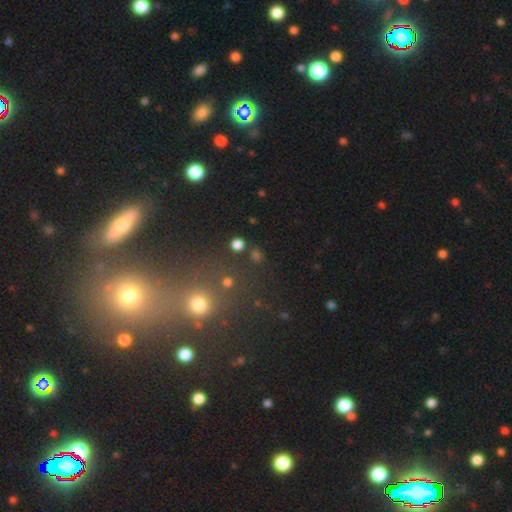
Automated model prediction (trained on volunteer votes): Overall: smooth (47%; star or artifact 42%). Merging: none (80%).